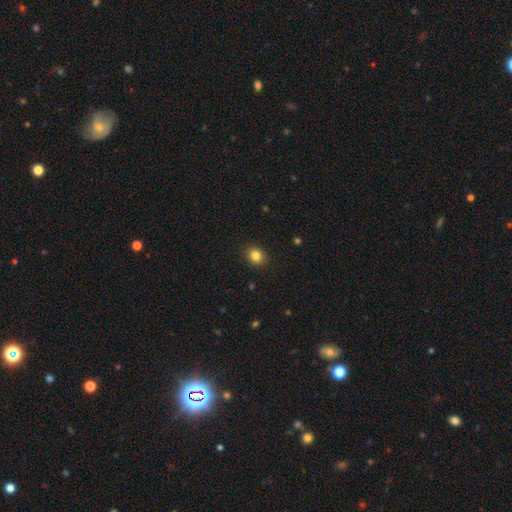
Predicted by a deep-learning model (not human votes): This is clearly a smooth galaxy (83%). How rounded: likely round (70%). Merging: clearly none (91%).